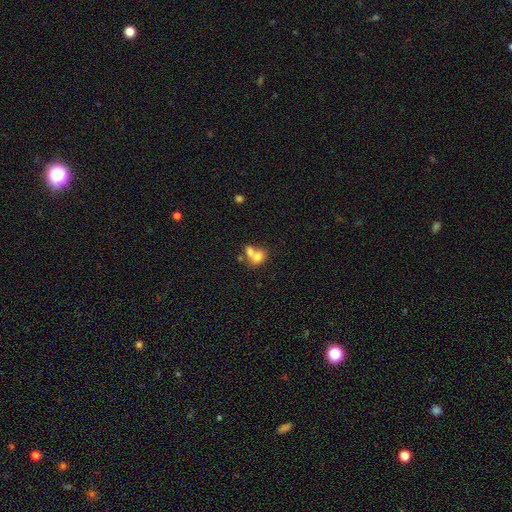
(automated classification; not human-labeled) smooth 72%, featured or disk 17%, star or artifact 11%. Down the decision tree: how rounded — in between (50%); merging — merger (63%).